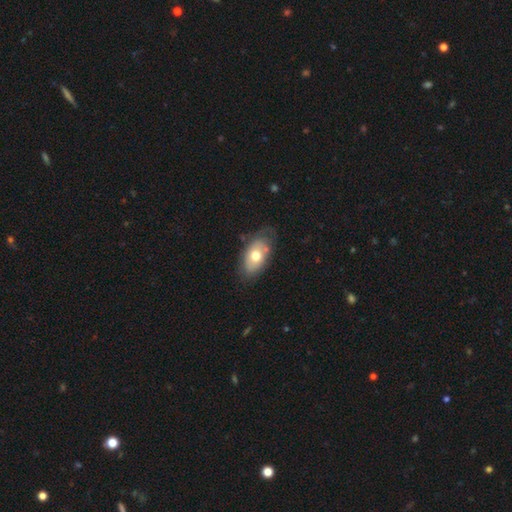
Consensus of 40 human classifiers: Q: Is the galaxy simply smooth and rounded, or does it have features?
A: smooth — 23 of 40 (57%).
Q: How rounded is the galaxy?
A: in between — 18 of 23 (78%).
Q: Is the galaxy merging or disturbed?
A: none — 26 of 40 (65%).